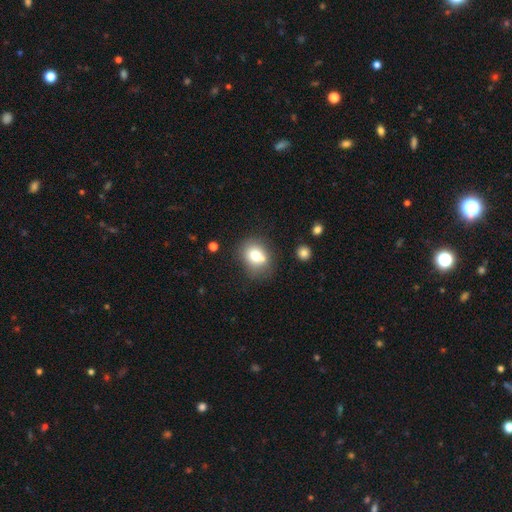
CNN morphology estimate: Q: Smooth or featured?
A: smooth (74%); runner-up: featured or disk (16%)
Q: How rounded?
A: round (58%); runner-up: in between (41%)
Q: Merging?
A: none (58%); runner-up: merger (19%)